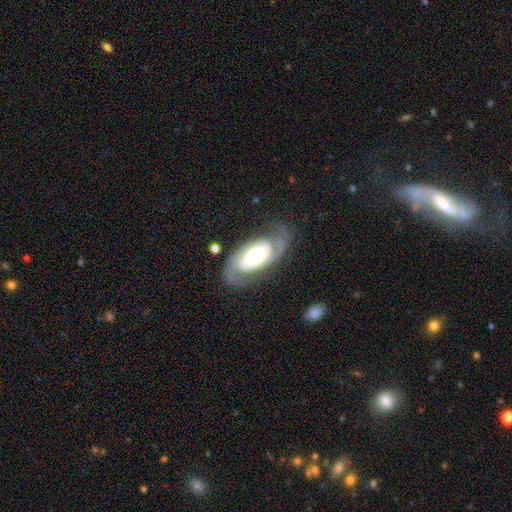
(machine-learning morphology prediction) A featured or disk galaxy (86%) with no bar (59%), 2 (91%) medium (47%) spiral arms (95%) and a moderate central bulge (54%).

Vote fractions:
- Smooth or featured? featured or disk: 86% / smooth: 9% / star or artifact: 5%
- Edge-on disk? no: 96% / yes: 4%
- Bar? no: 59% / weak: 27% / strong: 14%
- Spiral arms? yes: 95% / no: 5%
- Spiral winding? medium: 47% / tight: 34% / loose: 19%
- Spiral arm count? 2: 91% / can't tell: 4% / 1: 2% / 3: 1% / 4: 1% / more than 4: 1%
- Bulge size? moderate: 54% / large: 32% / small: 8% / dominant: 5% / none: 1%
- Merging? none: 73% / minor disturbance: 16% / major disturbance: 10% / merger: 2%